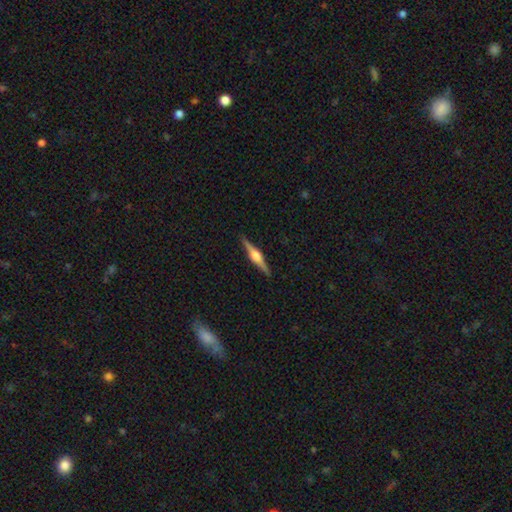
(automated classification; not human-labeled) Q: Smooth or featured?
A: featured or disk (81%); runner-up: smooth (14%)
Q: Edge-on disk?
A: yes (98%); runner-up: no (2%)
Q: Edge-on bulge?
A: rounded (90%); runner-up: boxy (8%)
Q: Merging?
A: none (91%); runner-up: minor disturbance (6%)